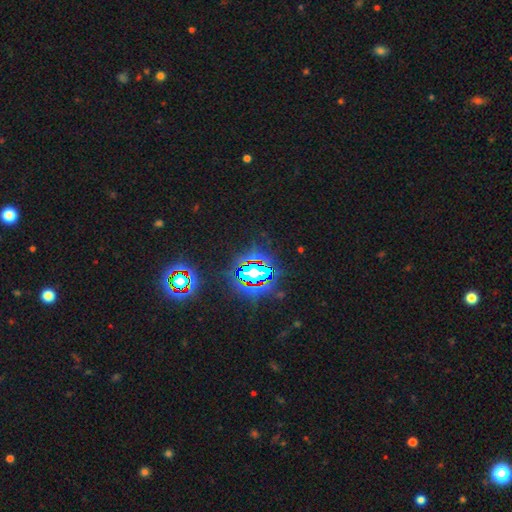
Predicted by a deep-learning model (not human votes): Smooth or featured?
  - star or artifact: 83% *
  - smooth: 10%
  - featured or disk: 7%